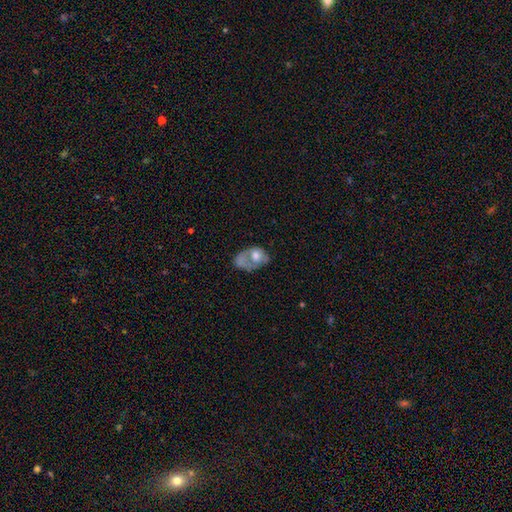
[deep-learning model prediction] Overall: smooth (52%; featured or disk 40%). How rounded: in between (77%). Merging: major disturbance (43%; none 21%).